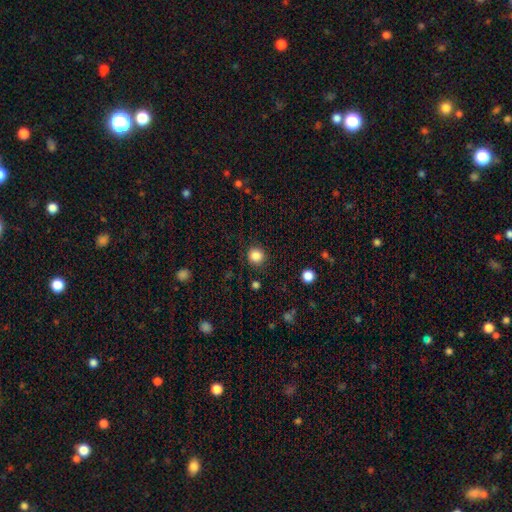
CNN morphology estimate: smooth_or_featured: smooth (p=0.85) [alt: star or artifact p=0.11]
how_rounded: round (p=0.93) [alt: in between p=0.06]
merging: none (p=0.89) [alt: minor disturbance p=0.07]